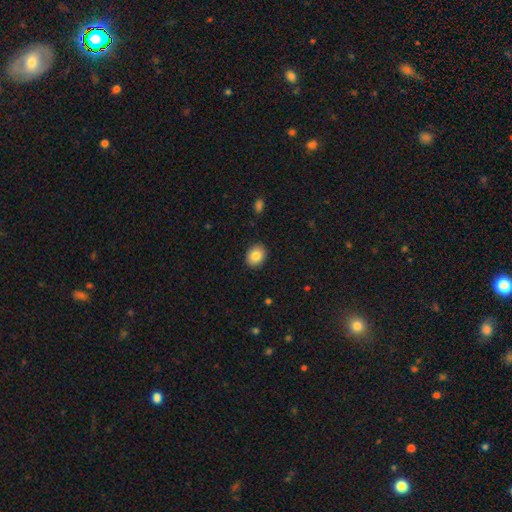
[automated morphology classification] A smooth galaxy with no disk features (84%) that is in between round and cigar-shaped (52%).

Vote fractions:
- Smooth or featured? smooth: 84% / star or artifact: 8% / featured or disk: 8%
- How rounded? in between: 52% / round: 47% / cigar-shaped: 1%
- Merging? none: 89% / minor disturbance: 8% / major disturbance: 2% / merger: 1%